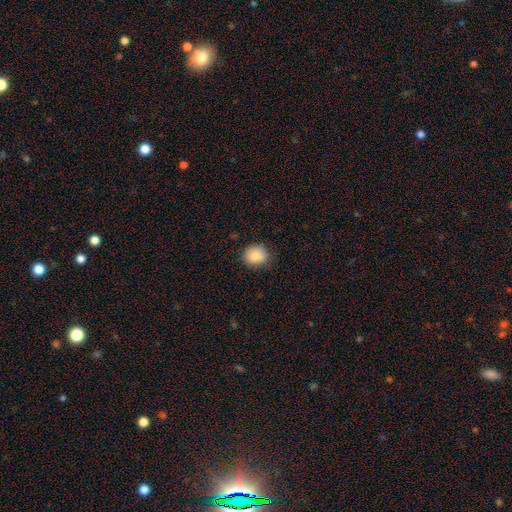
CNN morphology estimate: A smooth galaxy with no disk features (86%) that is round (74%).

Vote fractions:
- Smooth or featured? smooth: 86% / star or artifact: 8% / featured or disk: 5%
- How rounded? round: 74% / in between: 25% / cigar-shaped: 1%
- Merging? none: 84% / minor disturbance: 12% / major disturbance: 3% / merger: 1%